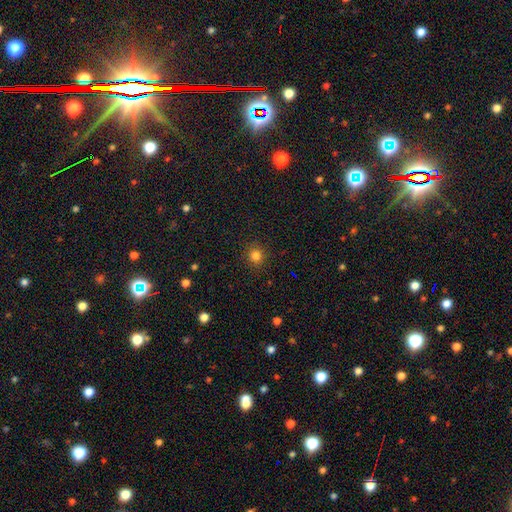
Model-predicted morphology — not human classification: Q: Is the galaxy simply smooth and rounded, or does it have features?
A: smooth — 82%.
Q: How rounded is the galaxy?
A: round — 91%.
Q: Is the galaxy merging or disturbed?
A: none — 90%.